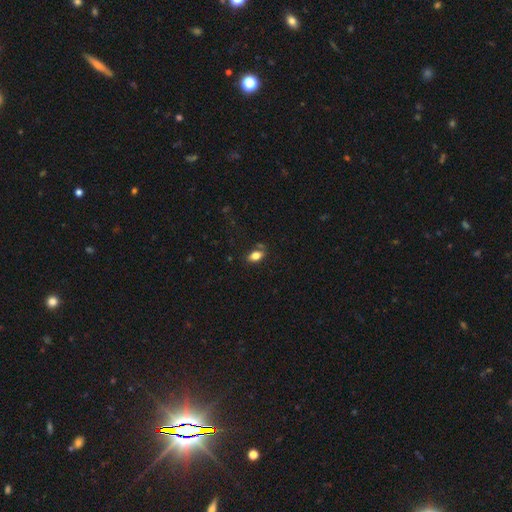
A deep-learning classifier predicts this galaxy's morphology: smooth-or-featured: smooth: 80% | featured or disk: 11% | star or artifact: 9%
  how-rounded: in between: 87% | round: 9% | cigar-shaped: 4%
  merging: none: 74% | minor disturbance: 15% | merger: 7% | major disturbance: 4%